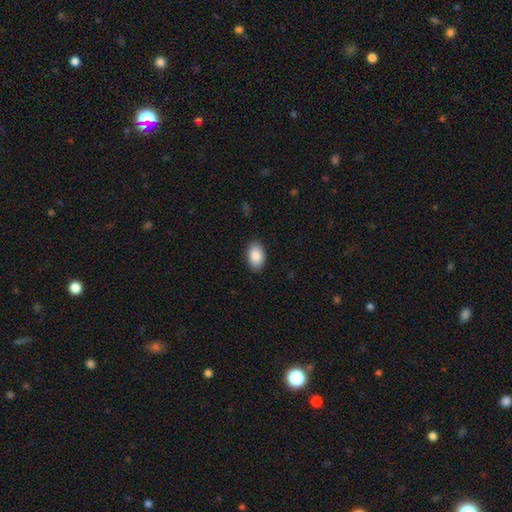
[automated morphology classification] This is clearly a smooth galaxy (90%). How rounded: clearly in between (92%). Merging: clearly none (88%).